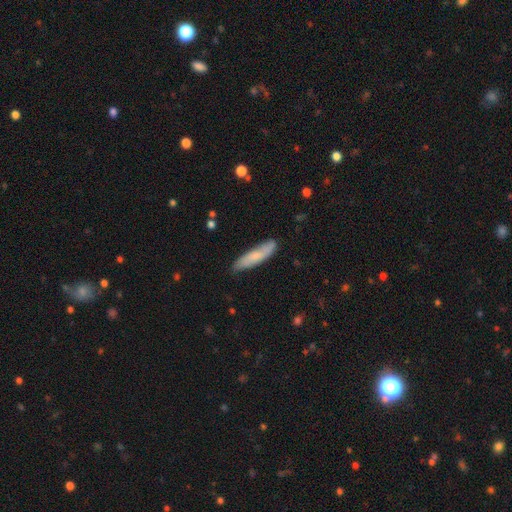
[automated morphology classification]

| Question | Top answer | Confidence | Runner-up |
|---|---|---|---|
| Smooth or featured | smooth | 66% | featured or disk (28%) |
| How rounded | cigar-shaped | 76% | in between (22%) |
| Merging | none | 79% | minor disturbance (17%) |